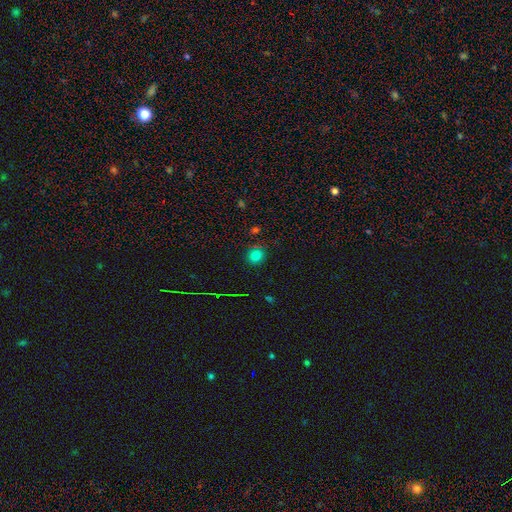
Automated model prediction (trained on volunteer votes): Smooth or featured: smooth — 77% (star or artifact — 17%)
How rounded: round — 82% (in between — 17%)
Merging: none — 83% (minor disturbance — 11%)